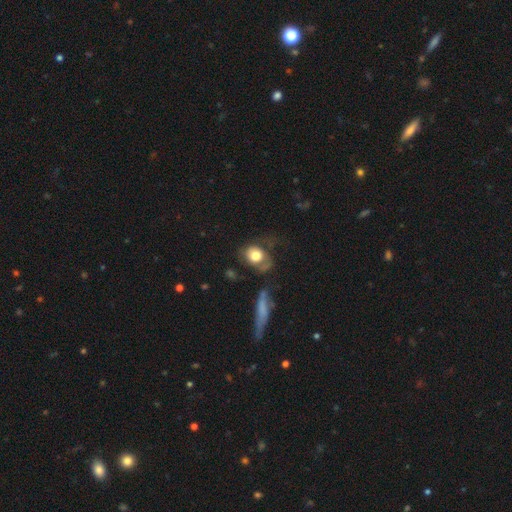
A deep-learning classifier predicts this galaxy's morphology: smooth-or-featured: smooth: 68% | featured or disk: 24% | star or artifact: 8%
  how-rounded: in between: 50% | round: 48% | cigar-shaped: 2%
  merging: none: 39% | major disturbance: 29% | minor disturbance: 24% | merger: 8%